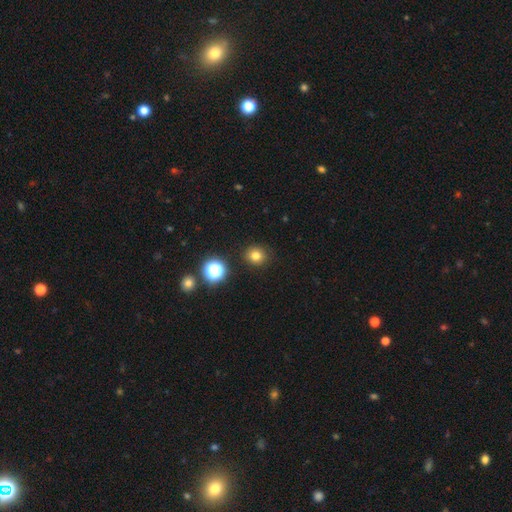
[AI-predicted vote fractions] Smooth or featured? smooth (77%)
How rounded? round (86%)
Merging? none (89%)